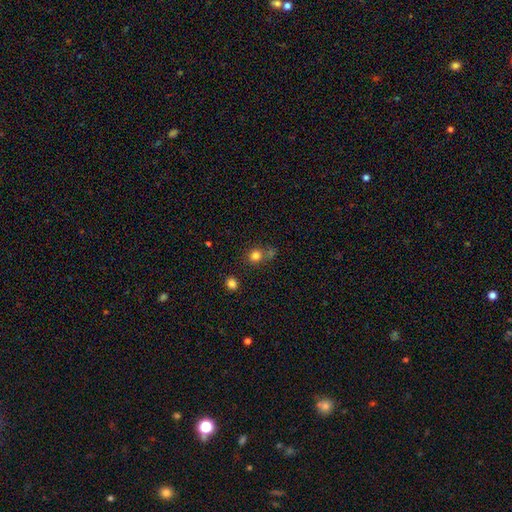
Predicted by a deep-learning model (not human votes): Overall: smooth (79%). How rounded: round (82%). Merging: none (61%; merger 22%).